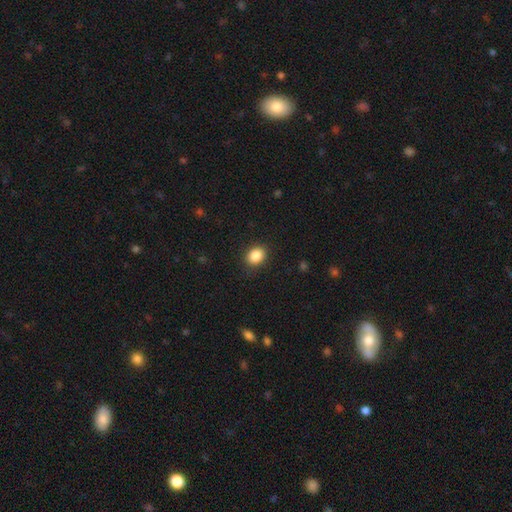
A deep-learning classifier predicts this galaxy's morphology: Q: Smooth or featured?
A: smooth (87%); runner-up: star or artifact (9%)
Q: How rounded?
A: in between (55%); runner-up: round (44%)
Q: Merging?
A: none (88%); runner-up: minor disturbance (9%)